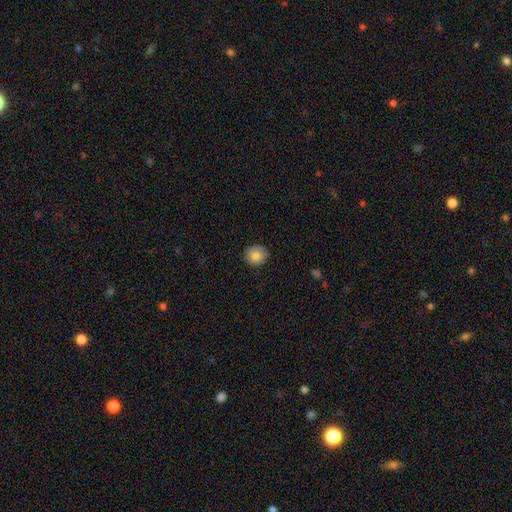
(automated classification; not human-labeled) smooth_or_featured: smooth (p=0.84) [alt: star or artifact p=0.09]
how_rounded: round (p=0.85) [alt: in between p=0.14]
merging: none (p=0.88) [alt: minor disturbance p=0.10]